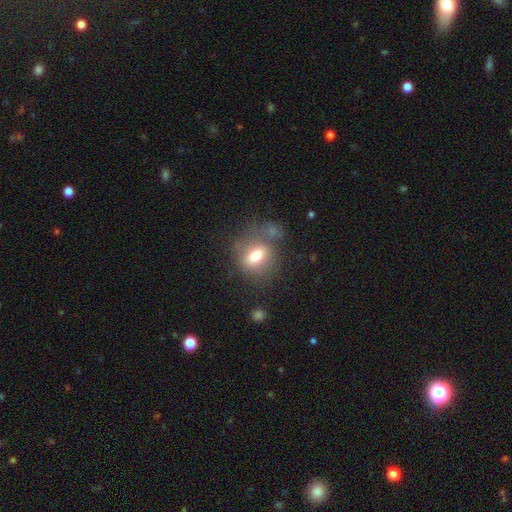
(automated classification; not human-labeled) A smooth galaxy with no disk features (67%) that is in between round and cigar-shaped (57%). Merging: none (52%).